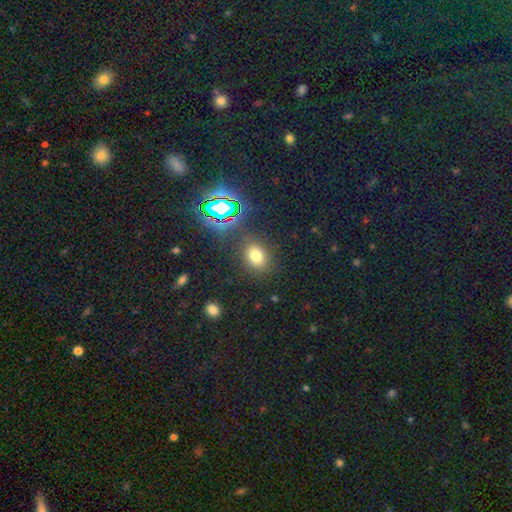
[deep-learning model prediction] smooth-or-featured: smooth: 69% | star or artifact: 23% | featured or disk: 8%
  how-rounded: in between: 65% | round: 33% | cigar-shaped: 2%
  merging: none: 82% | minor disturbance: 11% | major disturbance: 4% | merger: 3%